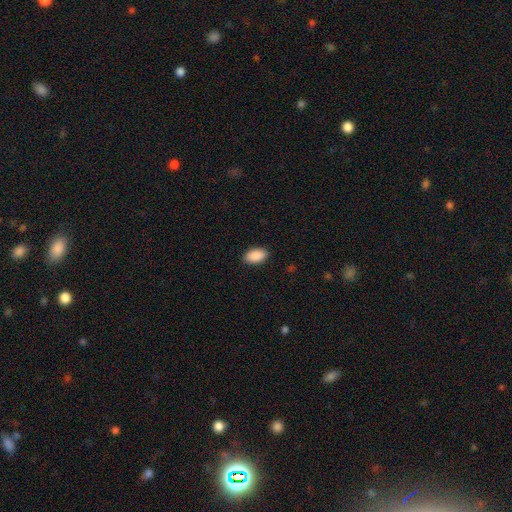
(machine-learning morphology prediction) A smooth galaxy with no disk features (91%) that is in between round and cigar-shaped (94%).

Vote fractions:
- Smooth or featured? smooth: 91% / star or artifact: 6% / featured or disk: 3%
- How rounded? in between: 94% / round: 4% / cigar-shaped: 2%
- Merging? none: 88% / minor disturbance: 9% / major disturbance: 2% / merger: 1%